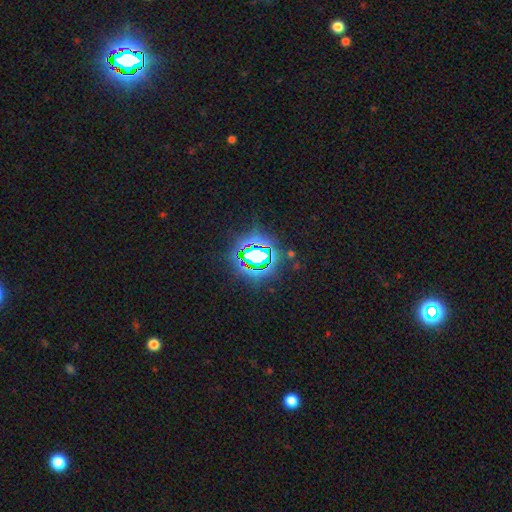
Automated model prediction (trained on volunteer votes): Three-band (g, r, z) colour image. It shows a star or artifact, not a galaxy (73%).